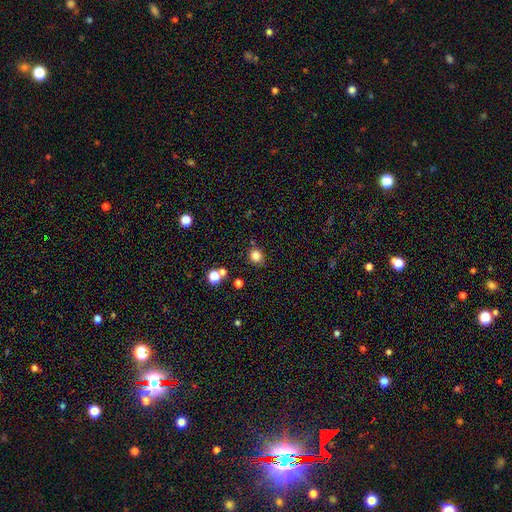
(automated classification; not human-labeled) The model was most divided on "smooth or featured": smooth: 81%, star or artifact: 14%, featured or disk: 5%. More confident: how rounded — round (85%); merging — none (83%).